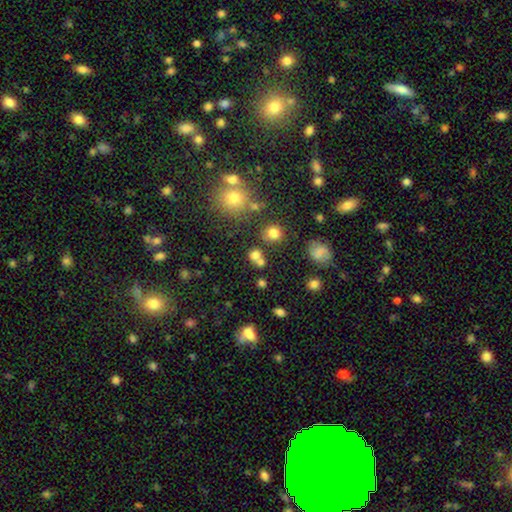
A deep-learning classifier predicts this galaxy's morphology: This is likely a smooth galaxy (73%). How rounded: likely round (79%). Merging: possibly none (54%).